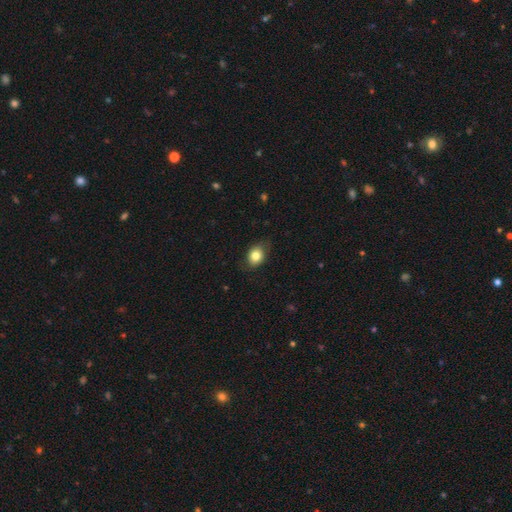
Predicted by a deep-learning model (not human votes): smooth_or_featured: smooth (p=0.82) [alt: featured or disk p=0.10]
how_rounded: in between (p=0.60) [alt: round p=0.38]
merging: none (p=0.76) [alt: minor disturbance p=0.19]